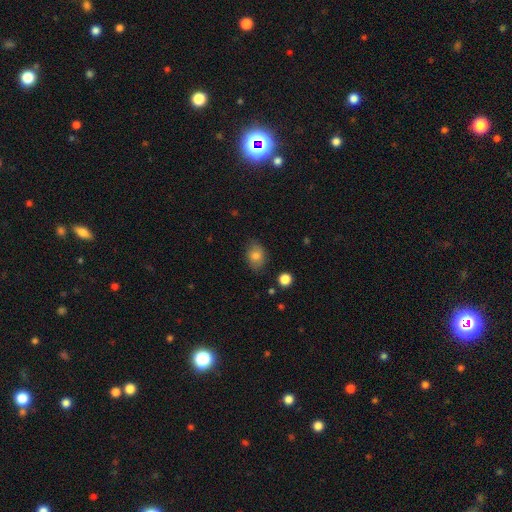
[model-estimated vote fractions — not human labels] Smooth or featured? smooth (80%)
How rounded? in between (68%)
Merging? none (80%)